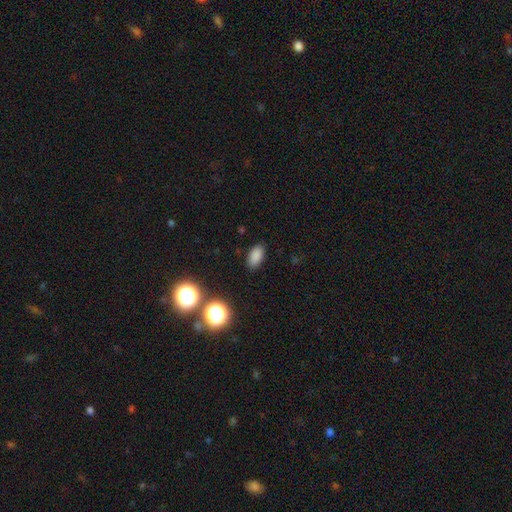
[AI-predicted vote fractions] The model was most divided on "smooth or featured": smooth: 82%, star or artifact: 13%, featured or disk: 4%. More confident: how rounded — in between (90%); merging — none (86%).